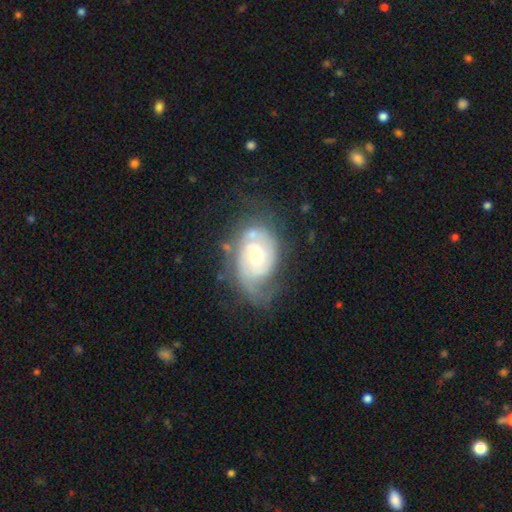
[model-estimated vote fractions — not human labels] featured or disk 79%, smooth 15%, star or artifact 5%. Down the decision tree: edge-on disk — no (97%); bar — no (65%); spiral arms — yes (91%); spiral arm count — 2 (50%); spiral winding — tight (53%); bulge size — moderate (58%); merging — none (48%).